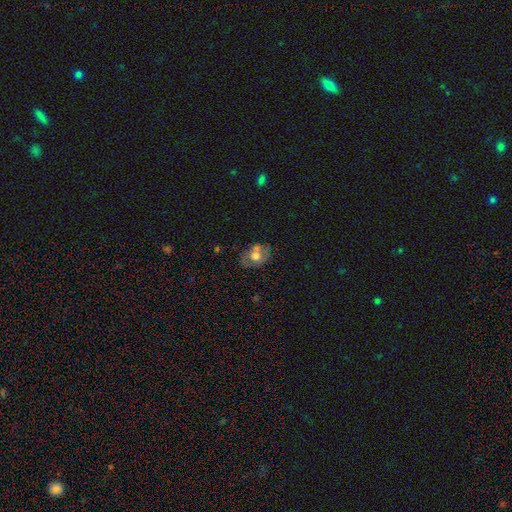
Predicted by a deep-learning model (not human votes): Smooth or featured? Predicted: smooth (p=0.56). How rounded? Predicted: in between (p=0.57). Merging? Predicted: none (p=0.60).